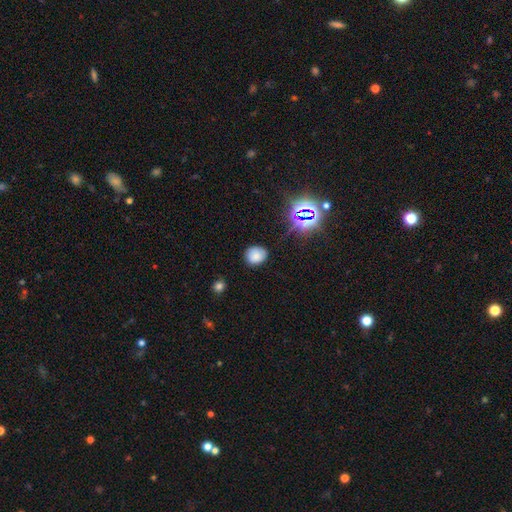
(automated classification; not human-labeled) smooth-or-featured: smooth: 73% | star or artifact: 17% | featured or disk: 10%
  how-rounded: round: 67% | in between: 32% | cigar-shaped: 1%
  merging: none: 79% | minor disturbance: 16% | major disturbance: 3% | merger: 2%